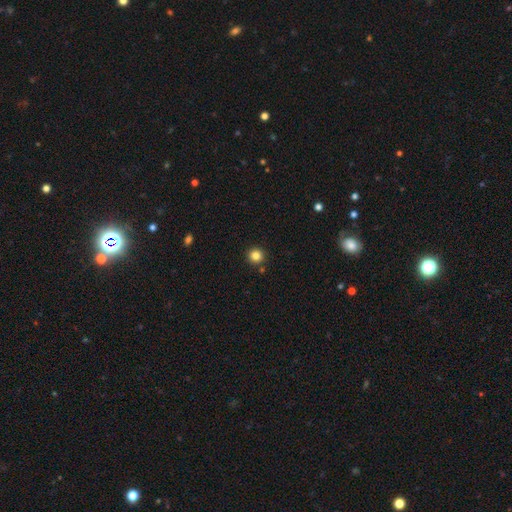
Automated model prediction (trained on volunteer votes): smooth 83%, star or artifact 12%, featured or disk 5%. Down the decision tree: how rounded — round (95%); merging — none (90%).